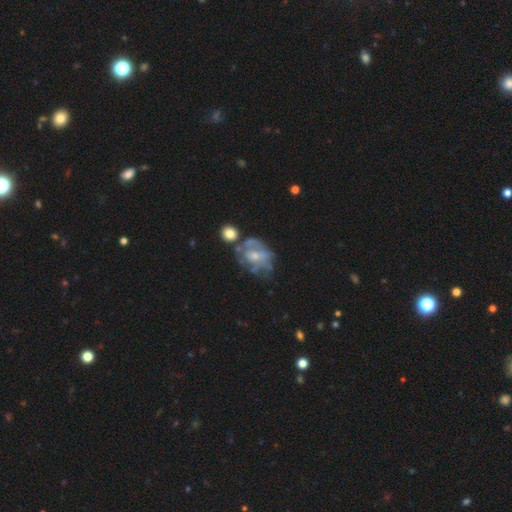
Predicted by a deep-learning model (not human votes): Overall: featured or disk (61%; smooth 30%). Edge-on disk: no (96%). Bar: no (70%). Spiral arms: no (66%; yes 34%). Bulge size: small (49%; moderate 38%). Merging: none (35%; major disturbance 25%).